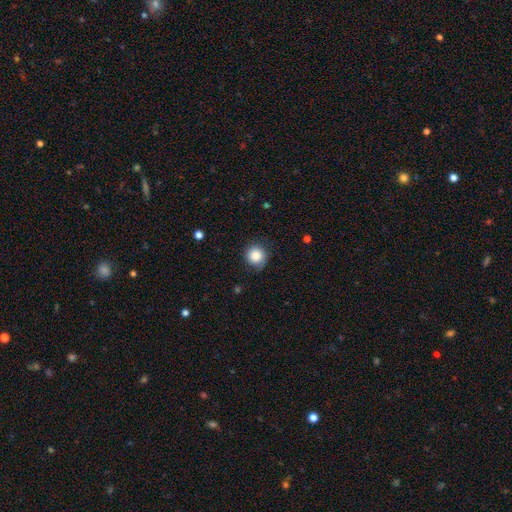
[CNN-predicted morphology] This is clearly a smooth galaxy (85%). How rounded: clearly round (92%). Merging: likely none (78%).